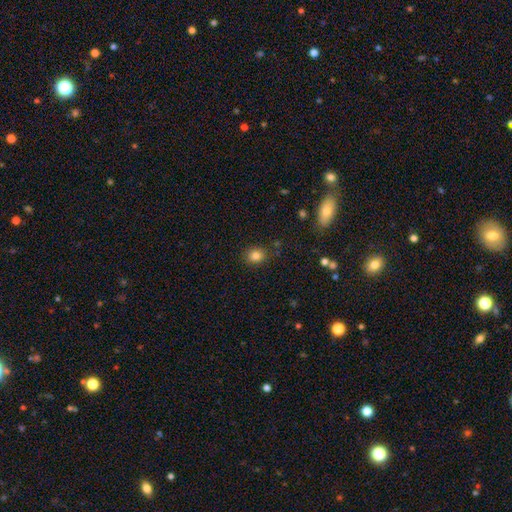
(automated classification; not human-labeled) Smooth or featured? Predicted: smooth (p=0.82). How rounded? Predicted: round (p=0.68). Merging? Predicted: none (p=0.85).